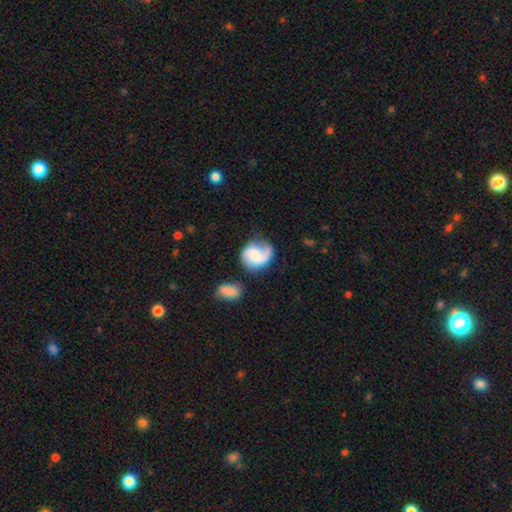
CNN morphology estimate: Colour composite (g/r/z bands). It shows a featured or disk galaxy (65%) with no bar (62%), 2 (56%) medium (41%) spiral arms (93%) and no central bulge (30%). Merging: none (53%).